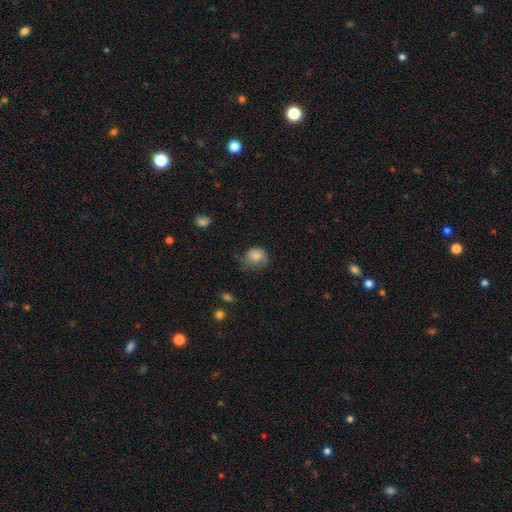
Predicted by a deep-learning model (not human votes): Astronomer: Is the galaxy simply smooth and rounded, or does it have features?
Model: smooth — 79%.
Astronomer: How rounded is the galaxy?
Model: round — 69%.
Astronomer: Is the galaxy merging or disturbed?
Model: none — 47% (runner-up: minor disturbance, 36%).